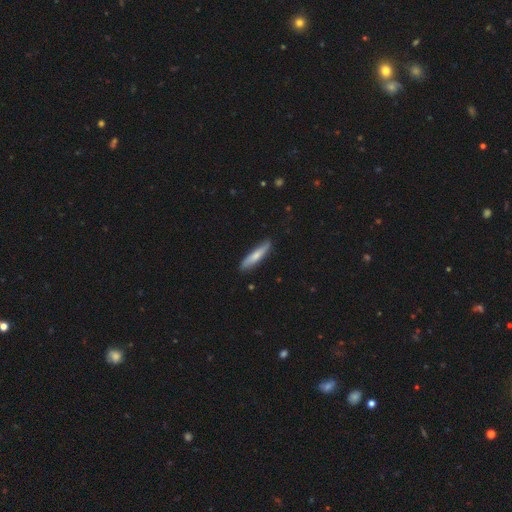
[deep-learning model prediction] A smooth galaxy with no disk features (68%) that is cigar-shaped (87%).

Vote fractions:
- Smooth or featured? smooth: 68% / featured or disk: 27% / star or artifact: 5%
- How rounded? cigar-shaped: 87% / in between: 12% / round: 1%
- Merging? none: 85% / minor disturbance: 12% / major disturbance: 2% / merger: 1%